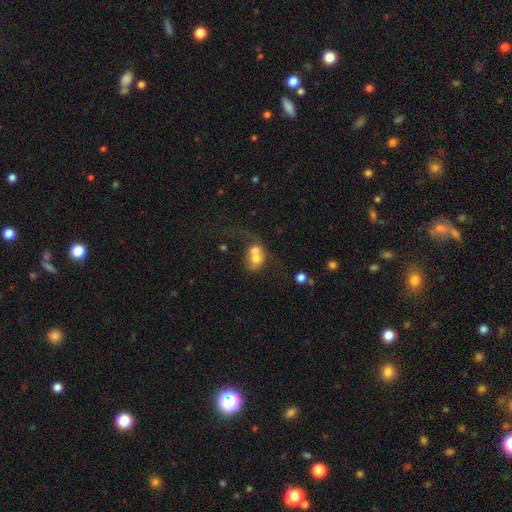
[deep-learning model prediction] The model was most divided on "how rounded": round: 57%, in between: 41%, cigar-shaped: 1%. More confident: merging — merger (72%); smooth or featured — smooth (58%).